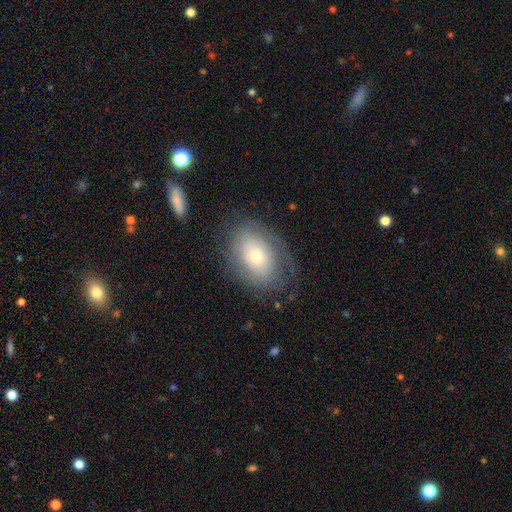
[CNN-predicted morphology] type=smooth (50%); roundness=in between (81%); merging=none (70%).